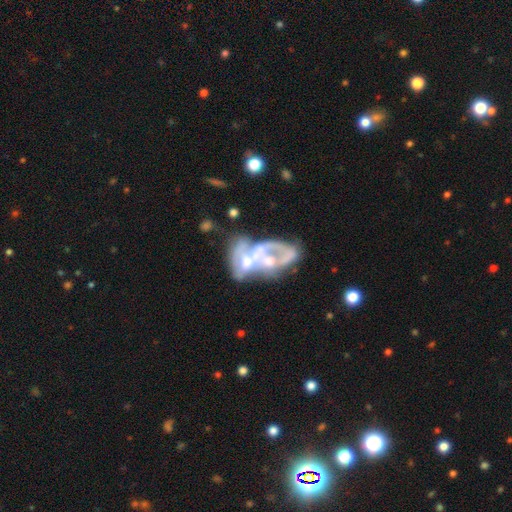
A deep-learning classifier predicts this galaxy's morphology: A featured or disk galaxy (71%) with no bar (83%), no spiral arms (79%) and a moderate central bulge (40%). Merging: merger (52%).